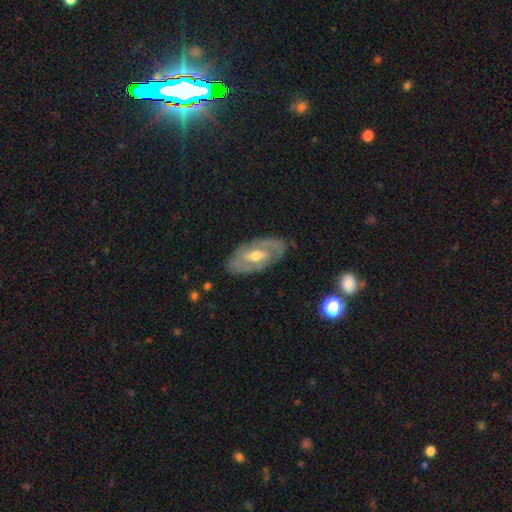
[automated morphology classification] The model was most divided on "bar": weak: 43%, no: 36%, strong: 22%. More confident: edge-on disk — no (91%); merging — none (81%); smooth or featured — featured or disk (74%); bulge size — moderate (70%); spiral arms — yes (67%).